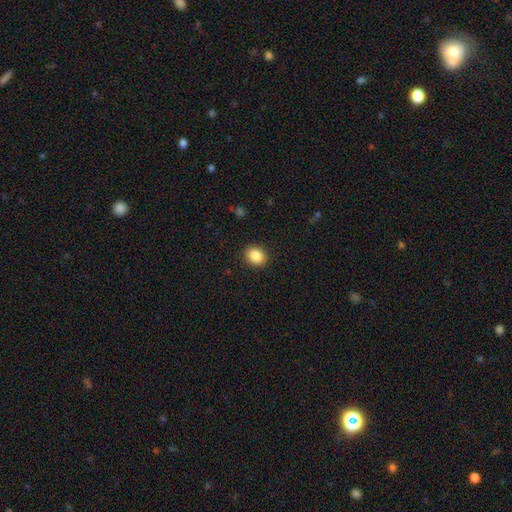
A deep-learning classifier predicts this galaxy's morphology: This is clearly a smooth galaxy (86%). How rounded: possibly round (54%). Merging: clearly none (90%).